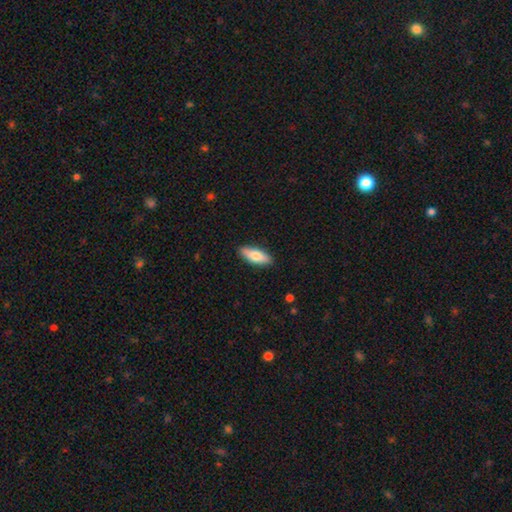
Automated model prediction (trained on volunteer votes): The model was most divided on "how rounded": in between: 72%, cigar-shaped: 26%, round: 2%. More confident: merging — none (88%); smooth or featured — smooth (76%).